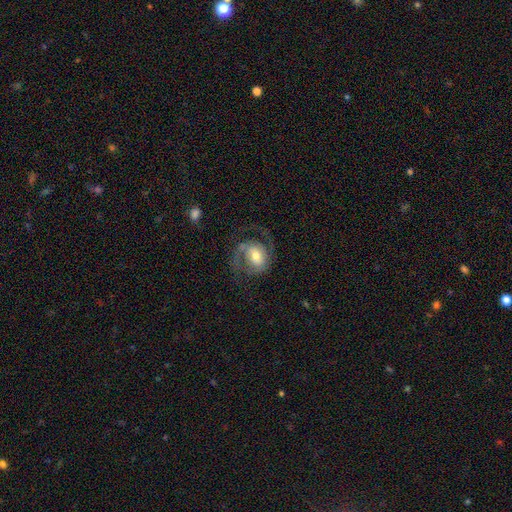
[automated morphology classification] featured or disk 78%, smooth 16%, star or artifact 6%. Down the decision tree: edge-on disk — no (97%); bar — no (46%); spiral arms — yes (93%); spiral arm count — 2 (81%); spiral winding — medium (51%); bulge size — moderate (62%); merging — none (61%).